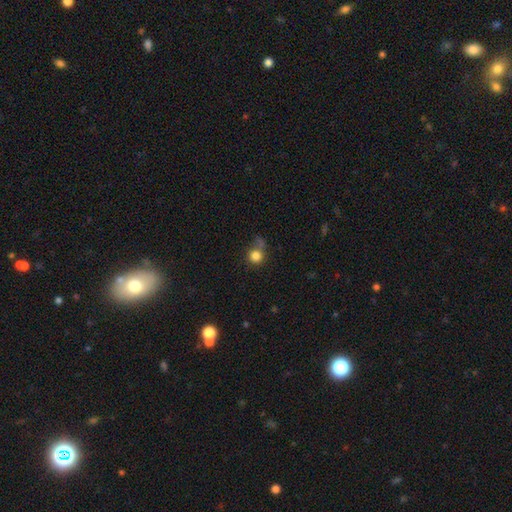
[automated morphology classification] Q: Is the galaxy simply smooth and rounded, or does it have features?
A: smooth — 82%.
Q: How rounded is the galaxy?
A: round — 91%.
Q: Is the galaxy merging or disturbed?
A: none — 58%.